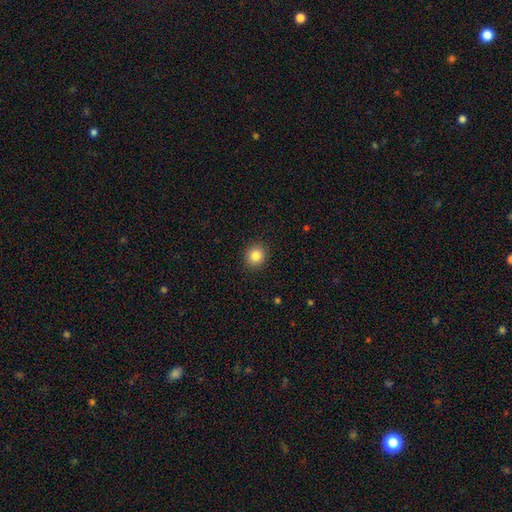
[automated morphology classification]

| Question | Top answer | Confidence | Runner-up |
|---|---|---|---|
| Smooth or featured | smooth | 85% | star or artifact (10%) |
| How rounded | round | 84% | in between (15%) |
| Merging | none | 91% | minor disturbance (6%) |